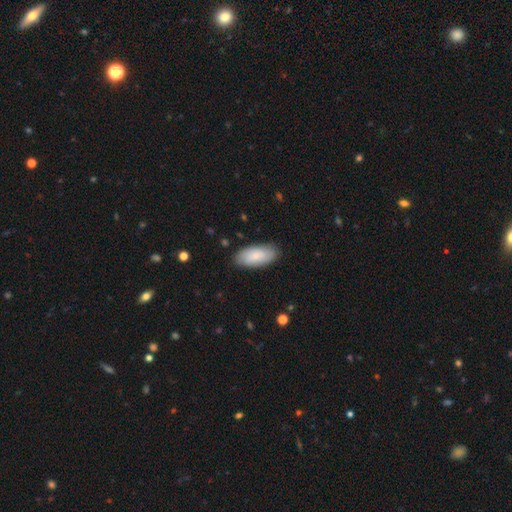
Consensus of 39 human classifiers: Q: Smooth or featured?
A: smooth (64%); runner-up: featured or disk (31%)
Q: How rounded?
A: in between (88%); runner-up: cigar-shaped (8%)
Q: Merging?
A: none (84%); runner-up: minor disturbance (14%)